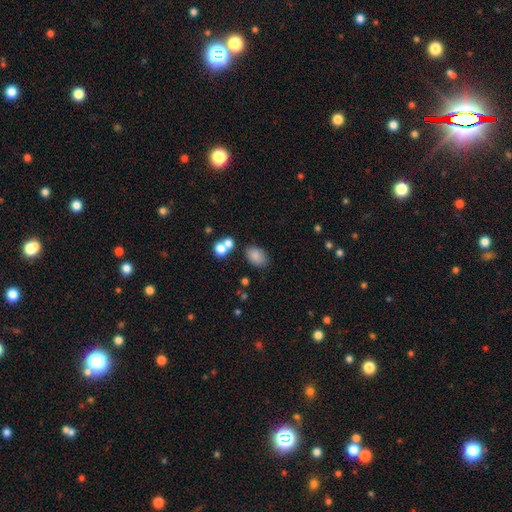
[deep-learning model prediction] smooth 82%, star or artifact 10%, featured or disk 8%. Down the decision tree: how rounded — in between (85%); merging — none (73%).